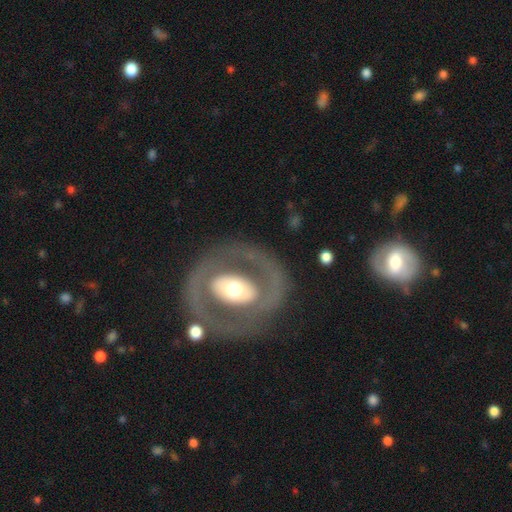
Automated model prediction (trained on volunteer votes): Morphology: type=featured or disk (76%); edge-on=no (95%); bar=no (45%); spiral arms=no (56%); bulge=moderate (59%); merging=none (74%).